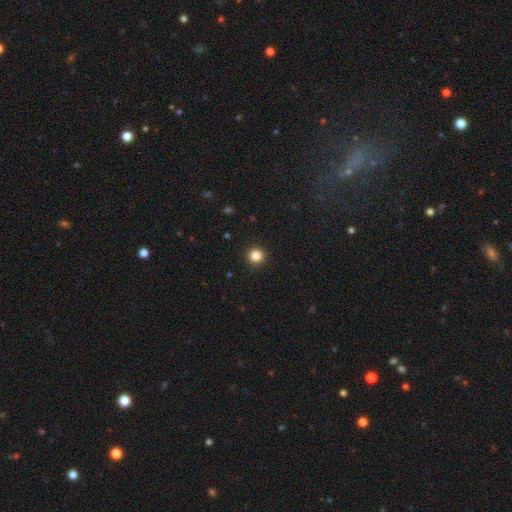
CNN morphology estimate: A smooth galaxy with no disk features (84%) that is round (95%). Merging: none (93%).